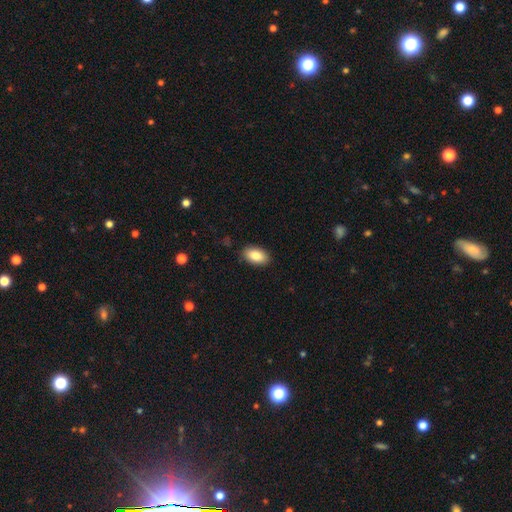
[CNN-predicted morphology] Smooth or featured? Predicted: smooth (p=0.86). How rounded? Predicted: in between (p=0.93). Merging? Predicted: none (p=0.88).